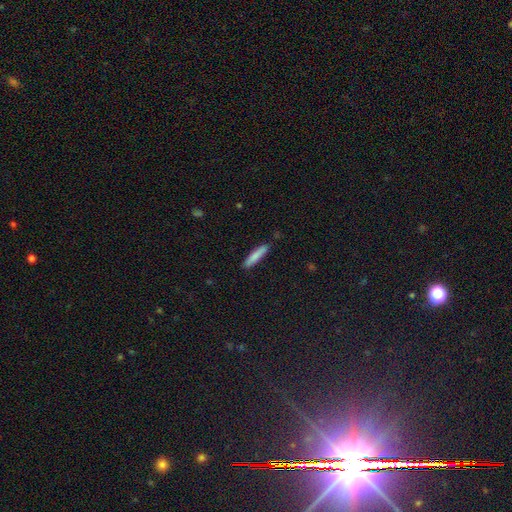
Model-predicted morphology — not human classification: Smooth or featured? Predicted: smooth (p=0.80). How rounded? Predicted: cigar-shaped (p=0.89). Merging? Predicted: none (p=0.87).